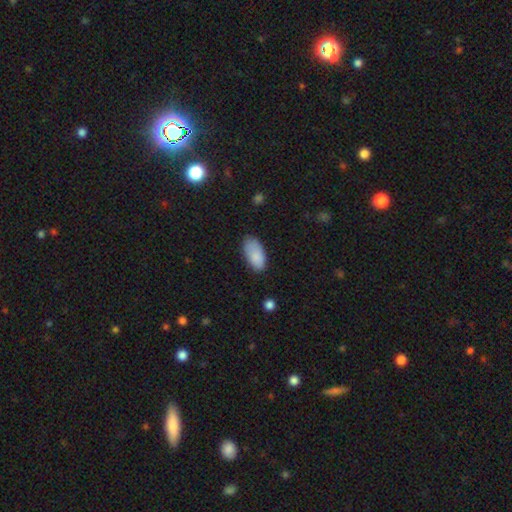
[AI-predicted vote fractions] A smooth galaxy with no disk features (87%) that is in between round and cigar-shaped (93%). Merging: none (72%).